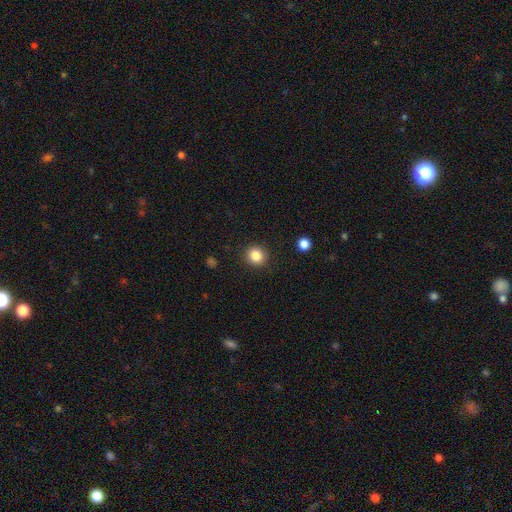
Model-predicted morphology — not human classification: Q: Smooth or featured?
A: smooth (84%); runner-up: star or artifact (11%)
Q: How rounded?
A: round (89%); runner-up: in between (10%)
Q: Merging?
A: none (90%); runner-up: minor disturbance (6%)